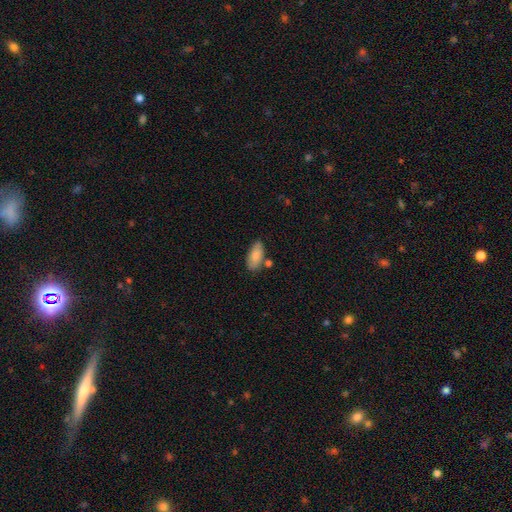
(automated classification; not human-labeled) Q: Smooth or featured?
A: smooth (83%); runner-up: featured or disk (11%)
Q: How rounded?
A: in between (91%); runner-up: cigar-shaped (7%)
Q: Merging?
A: none (71%); runner-up: minor disturbance (17%)